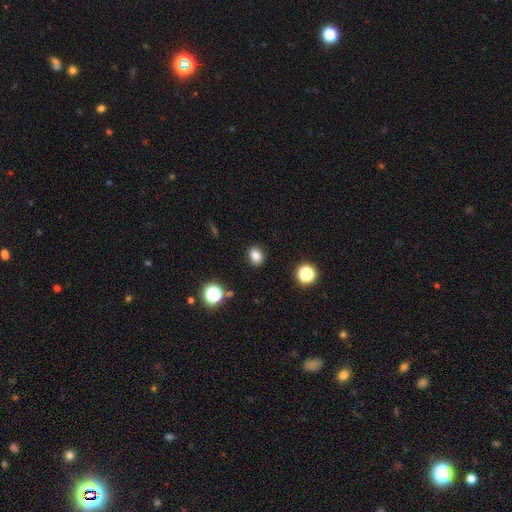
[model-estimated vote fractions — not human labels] smooth-or-featured: smooth: 82% | star or artifact: 13% | featured or disk: 5%
  how-rounded: round: 53% | in between: 46% | cigar-shaped: 1%
  merging: none: 89% | minor disturbance: 8% | major disturbance: 2% | merger: 1%